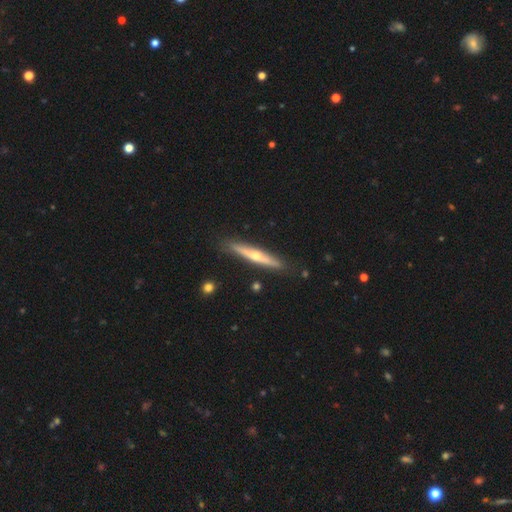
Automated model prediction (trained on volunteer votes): The model was most divided on "smooth or featured": featured or disk: 67%, smooth: 28%, star or artifact: 5%. More confident: edge-on disk — yes (95%); merging — none (88%); edge-on bulge — rounded (85%).